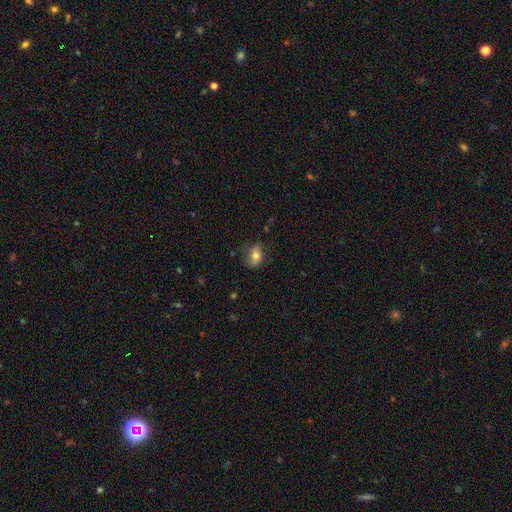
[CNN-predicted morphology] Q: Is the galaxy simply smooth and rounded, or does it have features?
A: smooth — 67%.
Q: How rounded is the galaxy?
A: in between — 71%.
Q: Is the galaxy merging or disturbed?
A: none — 61%.